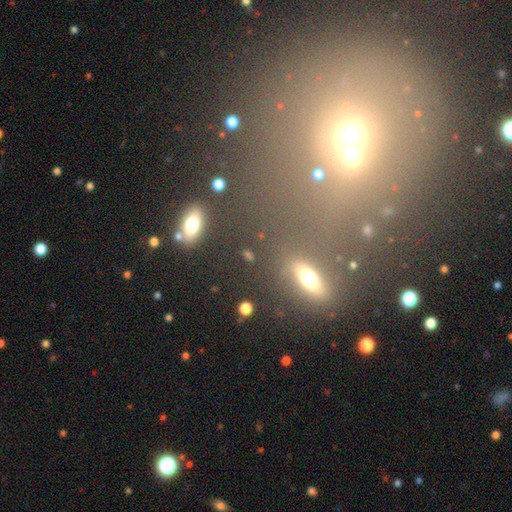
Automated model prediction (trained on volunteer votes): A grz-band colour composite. It shows a star or artifact, not a galaxy (50%).